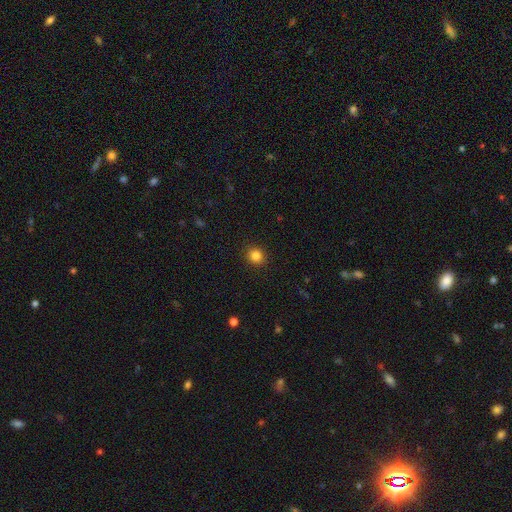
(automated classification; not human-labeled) The model was most divided on "how rounded": round: 84%, in between: 15%, cigar-shaped: 1%. More confident: merging — none (91%); smooth or featured — smooth (84%).